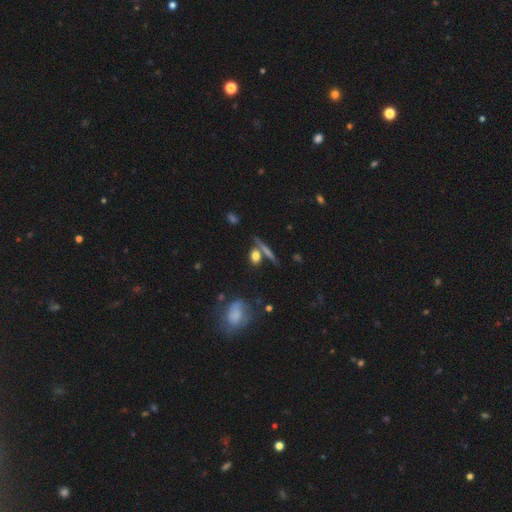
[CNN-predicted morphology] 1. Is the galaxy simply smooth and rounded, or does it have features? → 67% smooth, 22% featured or disk, 11% star or artifact.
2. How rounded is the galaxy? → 40% in between, 30% round, 30% cigar-shaped.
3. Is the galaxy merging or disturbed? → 66% none, 18% merger, 11% minor disturbance, 5% major disturbance.